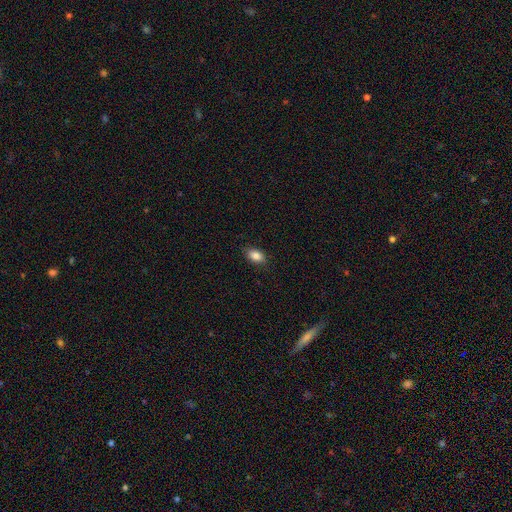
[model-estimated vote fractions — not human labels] This appears to be a smooth galaxy with no disk features (86%) that is in between round and cigar-shaped (88%). Merging: none (86%).